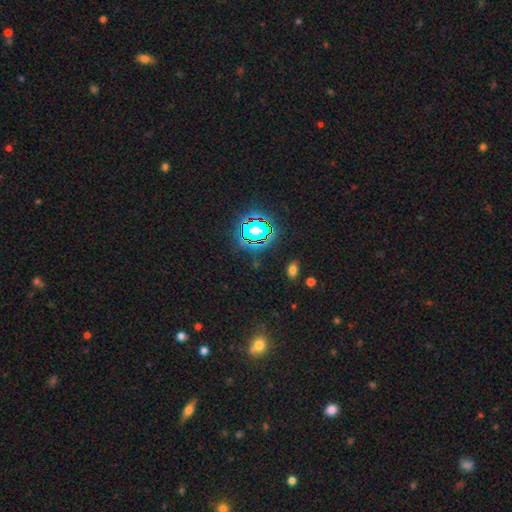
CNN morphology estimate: Smooth or featured? Predicted: star or artifact (p=0.77).